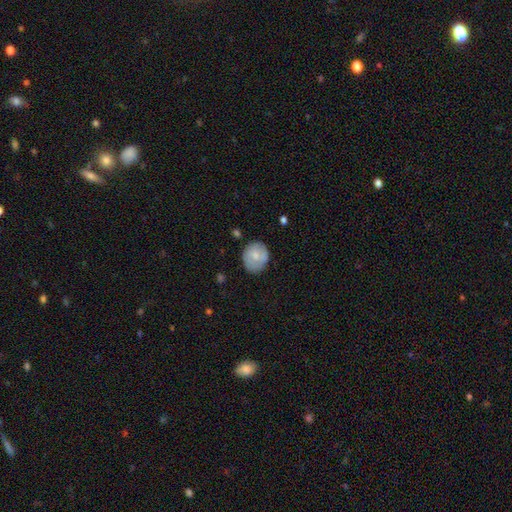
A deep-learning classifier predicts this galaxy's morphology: Smooth or featured: smooth — 69% (featured or disk — 25%)
How rounded: round — 71% (in between — 28%)
Merging: none — 73% (minor disturbance — 20%)